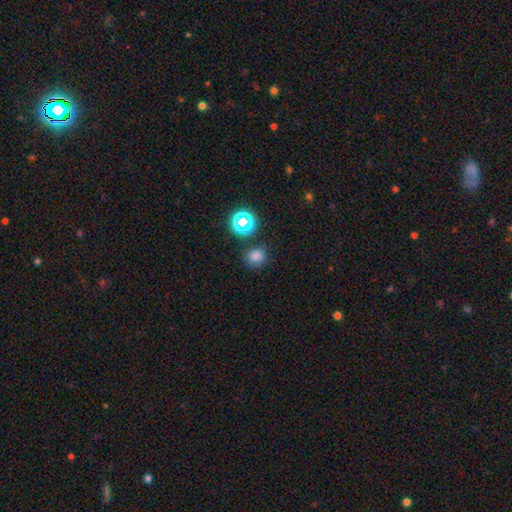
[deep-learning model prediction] Smooth or featured?
  - smooth: 74% *
  - star or artifact: 20%
  - featured or disk: 6%
How rounded?
  - round: 80% *
  - in between: 19%
  - cigar-shaped: 1%
Merging?
  - none: 80% *
  - minor disturbance: 12%
  - merger: 4%
  - major disturbance: 4%